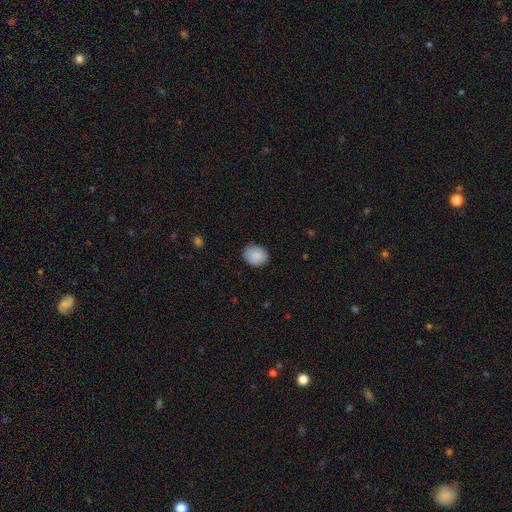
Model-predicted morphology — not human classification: Smooth or featured: smooth — 89% (star or artifact — 7%)
How rounded: round — 55% (in between — 44%)
Merging: none — 85% (minor disturbance — 11%)